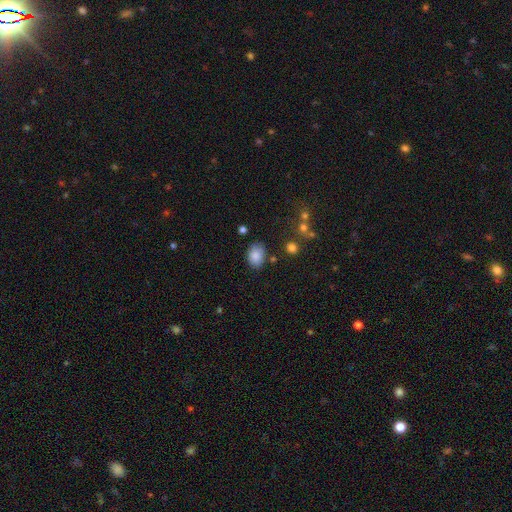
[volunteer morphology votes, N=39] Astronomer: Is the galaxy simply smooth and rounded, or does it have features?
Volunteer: smooth — 85%.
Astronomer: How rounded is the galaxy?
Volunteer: in between — 67%.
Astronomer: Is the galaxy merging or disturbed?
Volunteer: none — 78%.